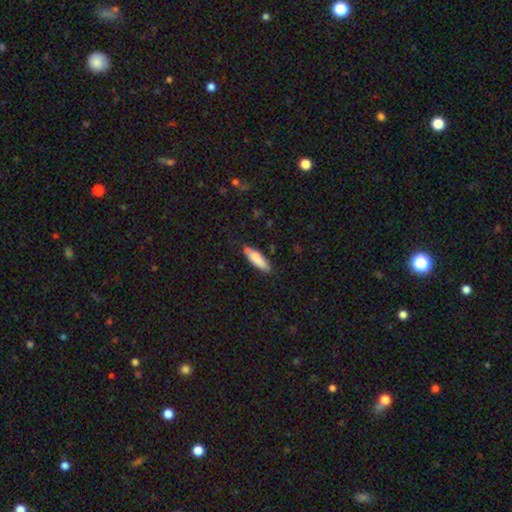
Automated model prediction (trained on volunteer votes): Smooth or featured?
  - smooth: 81% *
  - featured or disk: 13%
  - star or artifact: 6%
How rounded?
  - cigar-shaped: 54% *
  - in between: 44%
  - round: 2%
Merging?
  - none: 73% *
  - minor disturbance: 20%
  - merger: 4%
  - major disturbance: 3%